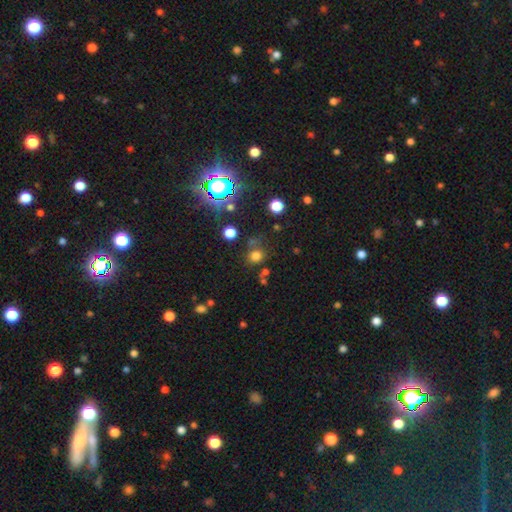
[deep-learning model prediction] Q: Smooth or featured?
A: smooth (68%); runner-up: star or artifact (25%)
Q: How rounded?
A: round (79%); runner-up: in between (20%)
Q: Merging?
A: none (68%); runner-up: minor disturbance (13%)